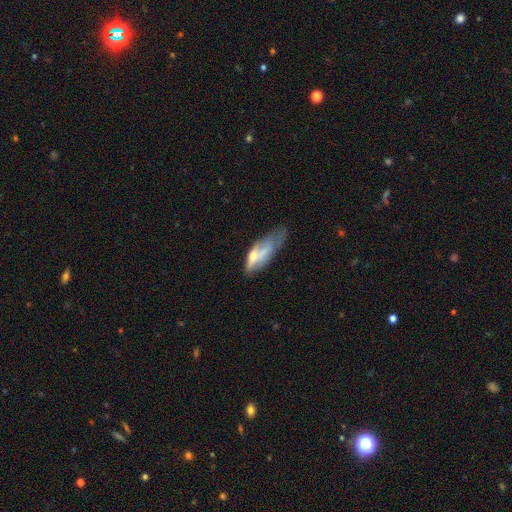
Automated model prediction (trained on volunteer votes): Smooth or featured? smooth (53%)
How rounded? in between (64%)
Merging? major disturbance (33%)